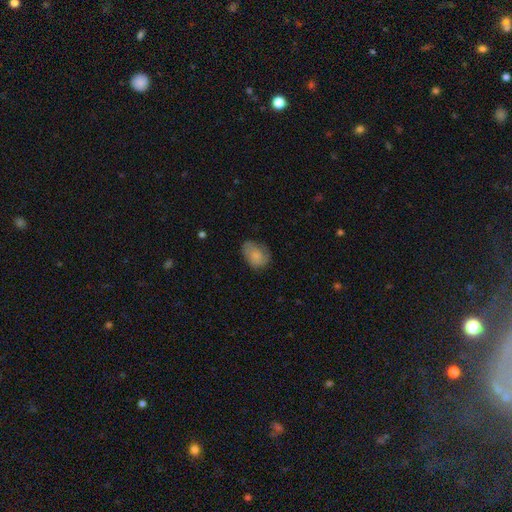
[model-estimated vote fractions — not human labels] The model was most divided on "smooth or featured": smooth: 65%, featured or disk: 27%, star or artifact: 8%. More confident: how rounded — in between (72%); merging — none (65%).